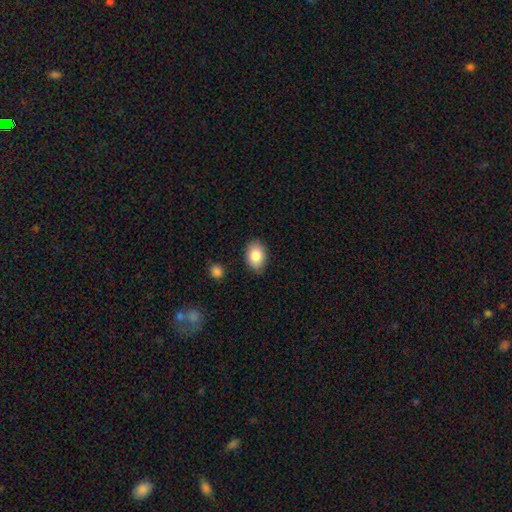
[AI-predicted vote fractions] Smooth or featured?
  - smooth: 85% *
  - featured or disk: 8%
  - star or artifact: 7%
How rounded?
  - in between: 81% *
  - round: 17%
  - cigar-shaped: 1%
Merging?
  - none: 83% *
  - minor disturbance: 13%
  - major disturbance: 2%
  - merger: 2%